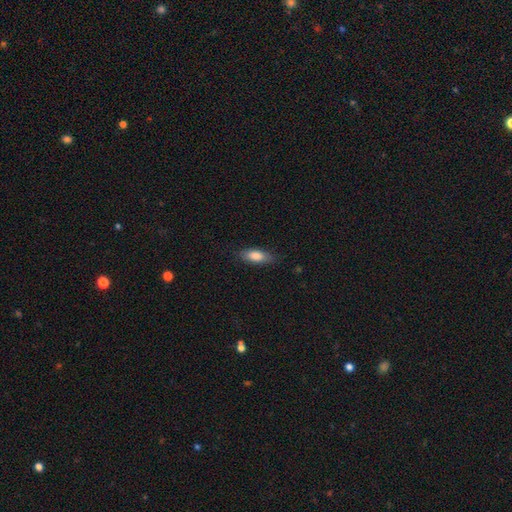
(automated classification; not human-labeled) Smooth or featured? smooth (82%)
How rounded? in between (74%)
Merging? none (81%)